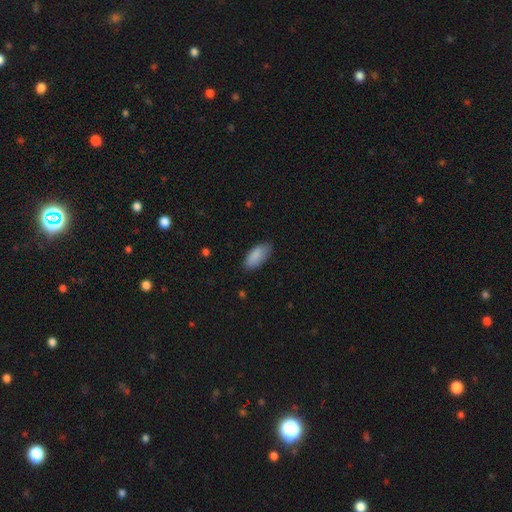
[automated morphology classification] A smooth galaxy with no disk features (88%) that is in between round and cigar-shaped (91%).

Vote fractions:
- Smooth or featured? smooth: 88% / star or artifact: 6% / featured or disk: 6%
- How rounded? in between: 91% / cigar-shaped: 7% / round: 2%
- Merging? none: 77% / minor disturbance: 18% / major disturbance: 3% / merger: 1%